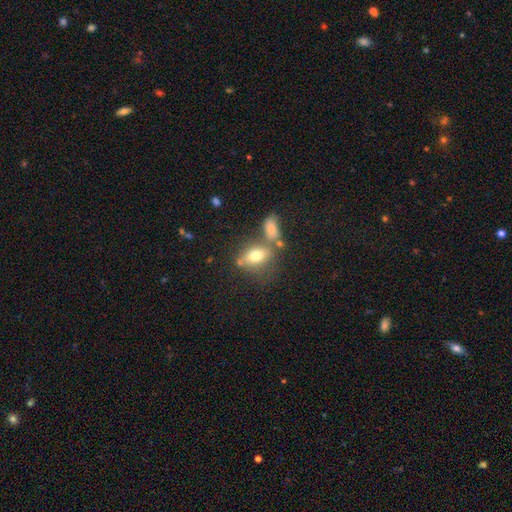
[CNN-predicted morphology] Smooth or featured? Predicted: smooth (p=0.71). How rounded? Predicted: in between (p=0.78). Merging? Predicted: none (p=0.49).